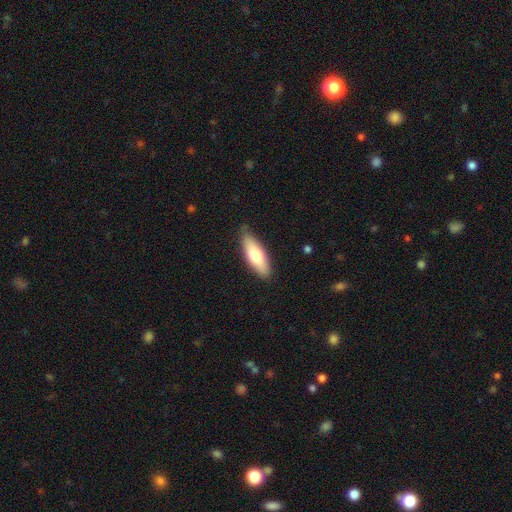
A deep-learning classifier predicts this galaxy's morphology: type=smooth (70%); roundness=in between (60%); merging=none (82%).